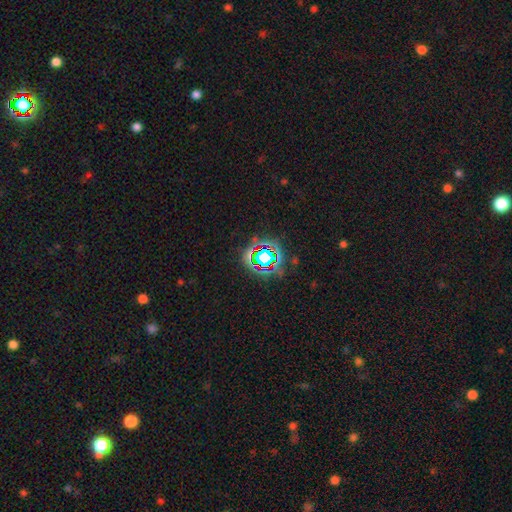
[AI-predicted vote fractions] This is likely a star or artifact rather than a galaxy (67%).